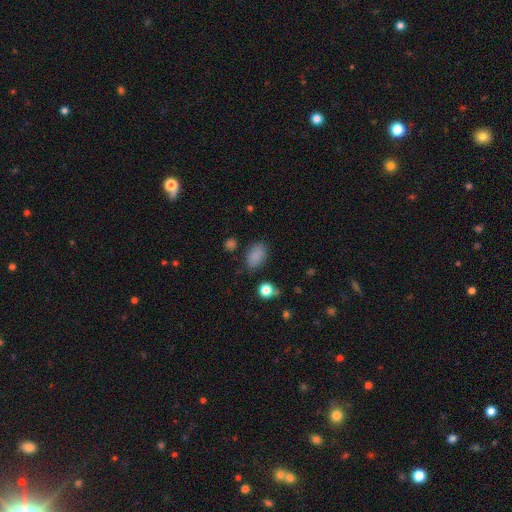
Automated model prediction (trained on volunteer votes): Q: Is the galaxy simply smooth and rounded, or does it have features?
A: smooth — 84%.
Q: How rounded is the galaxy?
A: in between — 86%.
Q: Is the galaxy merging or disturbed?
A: none — 77%.